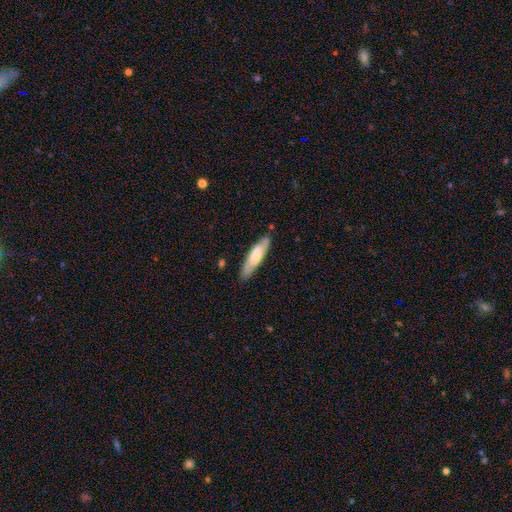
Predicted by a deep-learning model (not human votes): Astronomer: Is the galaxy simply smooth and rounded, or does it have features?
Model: smooth — 56% (runner-up: featured or disk, 38%).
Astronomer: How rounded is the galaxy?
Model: cigar-shaped — 69%.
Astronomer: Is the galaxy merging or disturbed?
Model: none — 82%.